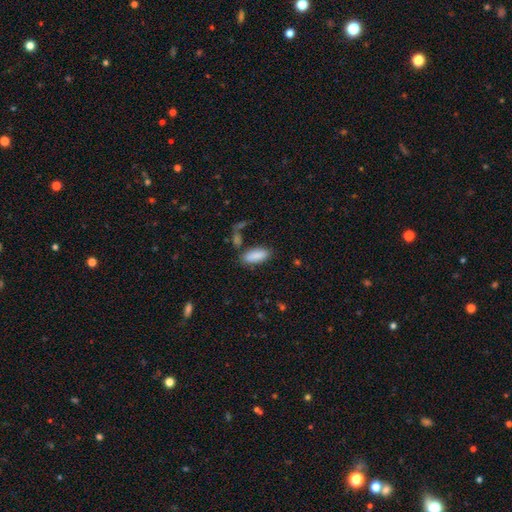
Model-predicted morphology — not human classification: Q: Smooth or featured?
A: smooth (88%); runner-up: star or artifact (7%)
Q: How rounded?
A: in between (84%); runner-up: cigar-shaped (14%)
Q: Merging?
A: none (73%); runner-up: minor disturbance (14%)